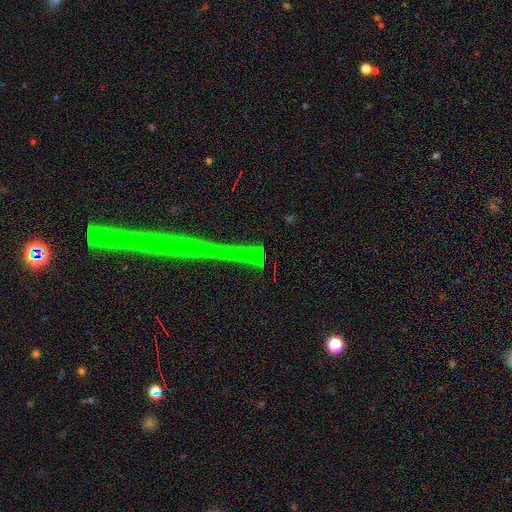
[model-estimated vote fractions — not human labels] Morphology: type=star or artifact (77%).